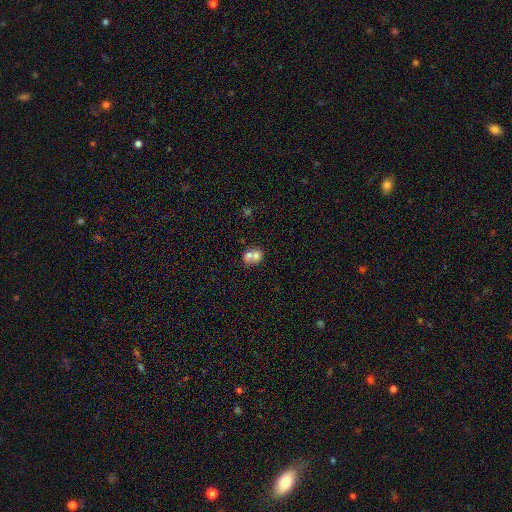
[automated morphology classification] Smooth or featured? Predicted: smooth (p=0.66). How rounded? Predicted: round (p=0.59). Merging? Predicted: merger (p=0.68).